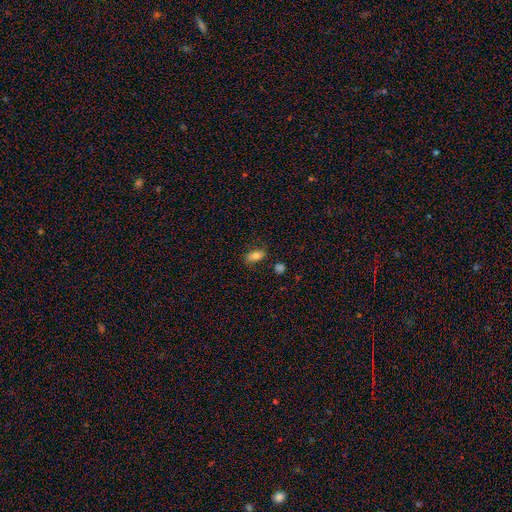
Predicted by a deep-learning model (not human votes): Q: Smooth or featured?
A: smooth (73%); runner-up: featured or disk (17%)
Q: How rounded?
A: in between (83%); runner-up: cigar-shaped (9%)
Q: Merging?
A: none (71%); runner-up: minor disturbance (21%)